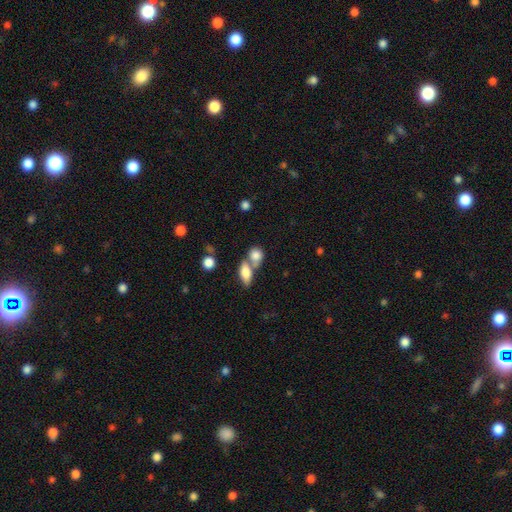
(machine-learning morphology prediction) Smooth or featured? Predicted: smooth (p=0.82). How rounded? Predicted: in between (p=0.50). Merging? Predicted: merger (p=0.51).